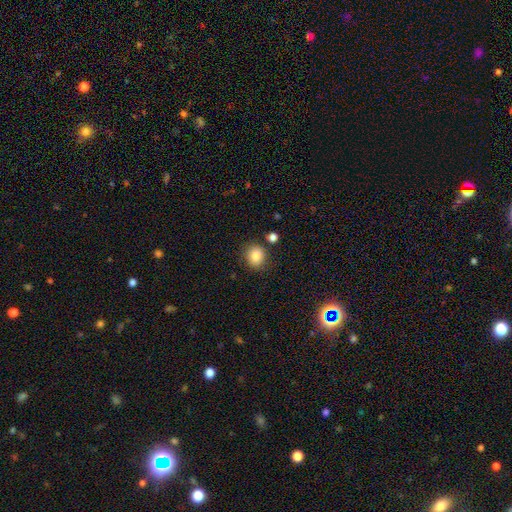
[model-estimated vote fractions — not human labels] A smooth galaxy with no disk features (85%) that is round (74%). Merging: none (80%).